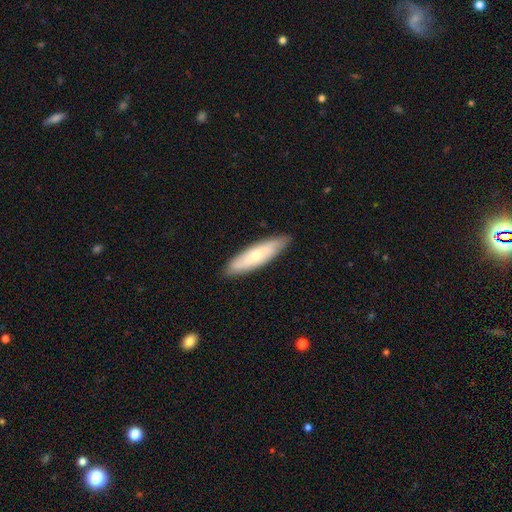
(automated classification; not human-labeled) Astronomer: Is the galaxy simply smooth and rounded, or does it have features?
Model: smooth — 52% (runner-up: featured or disk, 43%).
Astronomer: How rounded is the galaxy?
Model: cigar-shaped — 66%.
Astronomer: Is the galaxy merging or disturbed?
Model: none — 86%.